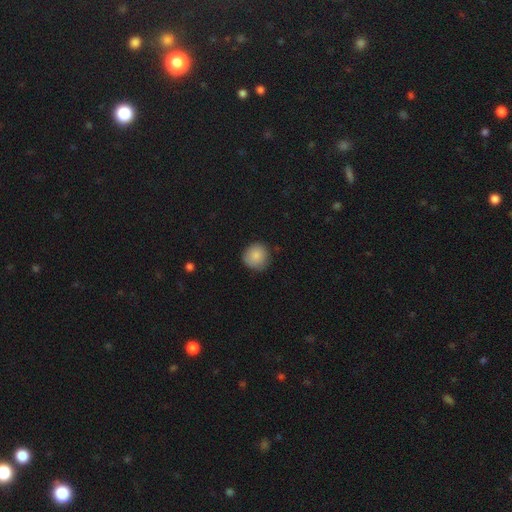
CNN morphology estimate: smooth 86%, star or artifact 8%, featured or disk 6%. Down the decision tree: how rounded — round (92%); merging — none (83%).